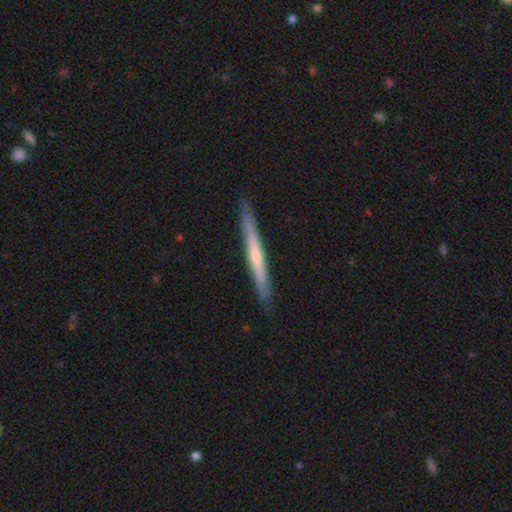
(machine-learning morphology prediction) A featured or disk galaxy (64%) viewed edge-on (96%) with a rounded central bulge (51%). Merging: none (90%).